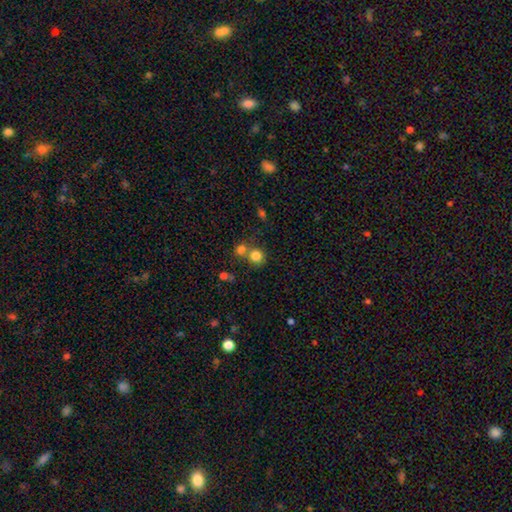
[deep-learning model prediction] smooth-or-featured: smooth: 81% | star or artifact: 12% | featured or disk: 7%
  how-rounded: round: 88% | in between: 11% | cigar-shaped: 1%
  merging: none: 57% | merger: 33% | minor disturbance: 7% | major disturbance: 3%